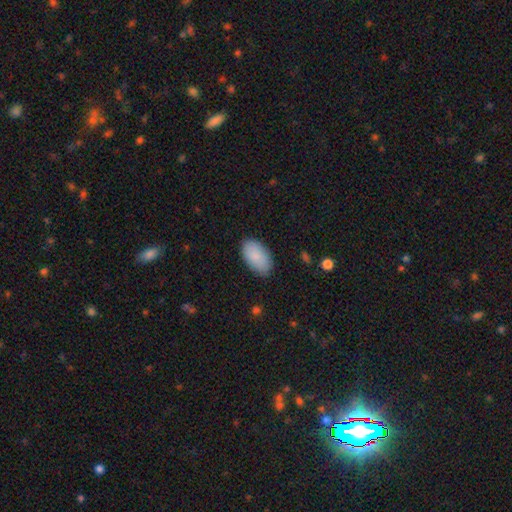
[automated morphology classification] smooth_or_featured: smooth (p=0.88) [alt: featured or disk p=0.06]
how_rounded: in between (p=0.95) [alt: round p=0.03]
merging: none (p=0.84) [alt: minor disturbance p=0.12]